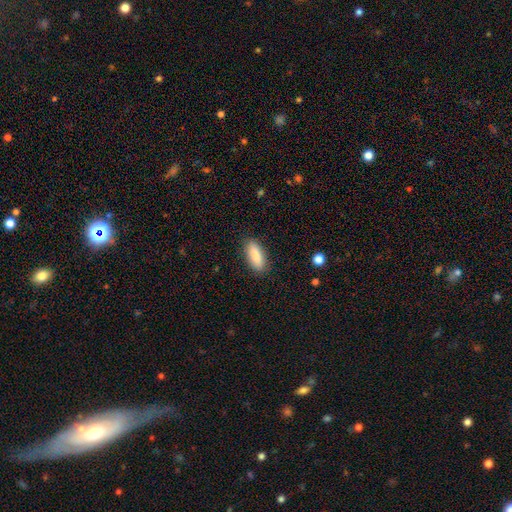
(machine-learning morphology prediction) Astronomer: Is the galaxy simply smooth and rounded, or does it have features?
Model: smooth — 87%.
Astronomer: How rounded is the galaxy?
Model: in between — 74%.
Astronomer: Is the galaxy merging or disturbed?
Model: none — 87%.